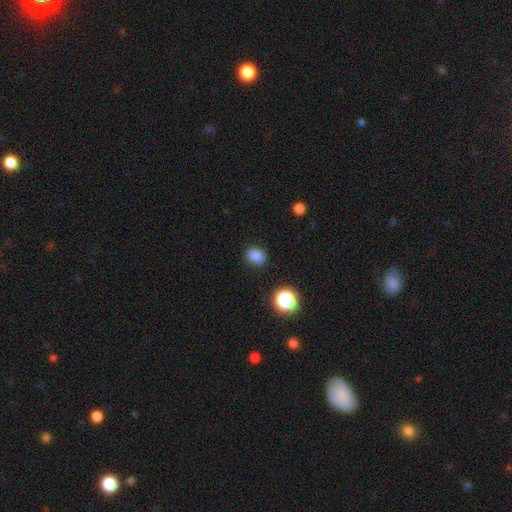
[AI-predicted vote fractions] The model was most divided on "how rounded": in between: 52%, round: 47%, cigar-shaped: 1%. More confident: merging — none (85%); smooth or featured — smooth (83%).